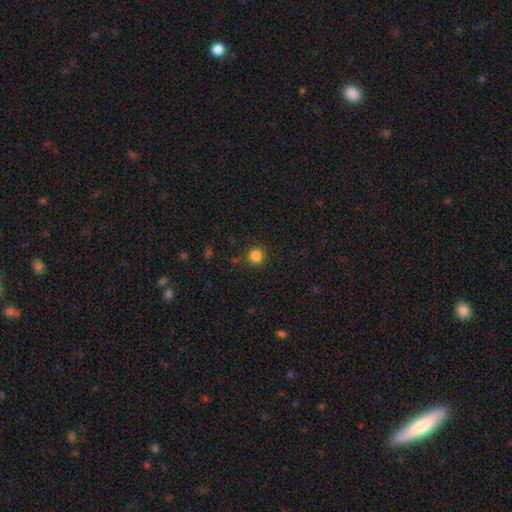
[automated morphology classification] The model was most divided on "merging": none: 79%, minor disturbance: 13%, merger: 4%, major disturbance: 4%. More confident: how rounded — round (89%); smooth or featured — smooth (83%).